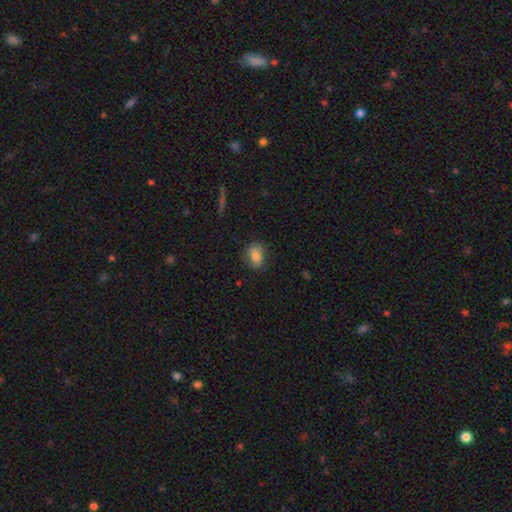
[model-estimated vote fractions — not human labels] smooth-or-featured: smooth: 81% | featured or disk: 10% | star or artifact: 9%
  how-rounded: in between: 71% | round: 27% | cigar-shaped: 2%
  merging: none: 75% | minor disturbance: 19% | major disturbance: 5% | merger: 1%